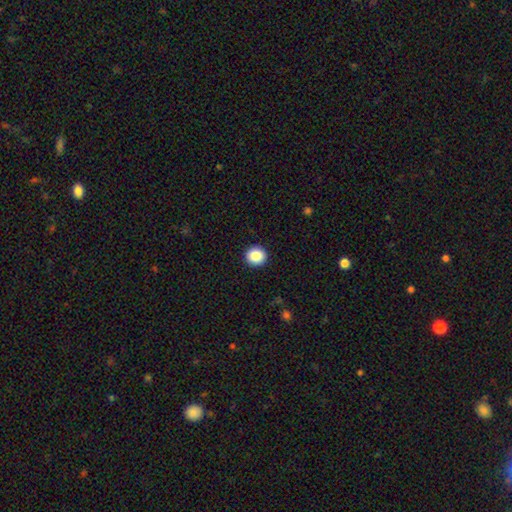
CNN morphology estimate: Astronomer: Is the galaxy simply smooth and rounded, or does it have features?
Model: smooth — 87%.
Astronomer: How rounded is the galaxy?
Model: round — 92%.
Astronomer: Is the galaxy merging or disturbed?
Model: none — 93%.